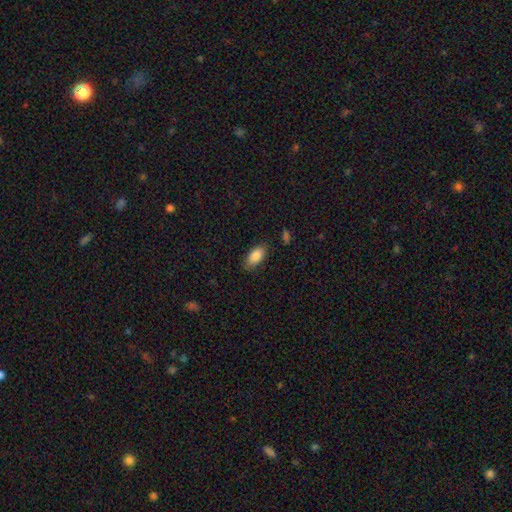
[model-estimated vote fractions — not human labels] This appears to be a smooth galaxy with no disk features (87%) that is in between round and cigar-shaped (91%). Merging: none (82%).